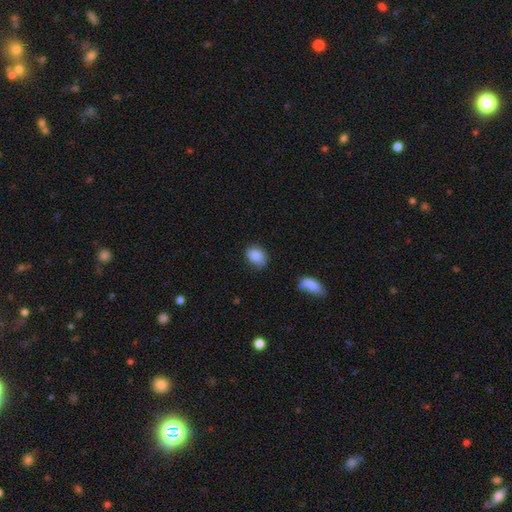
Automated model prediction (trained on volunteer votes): Smooth or featured? Predicted: smooth (p=0.86). How rounded? Predicted: in between (p=0.66). Merging? Predicted: none (p=0.72).